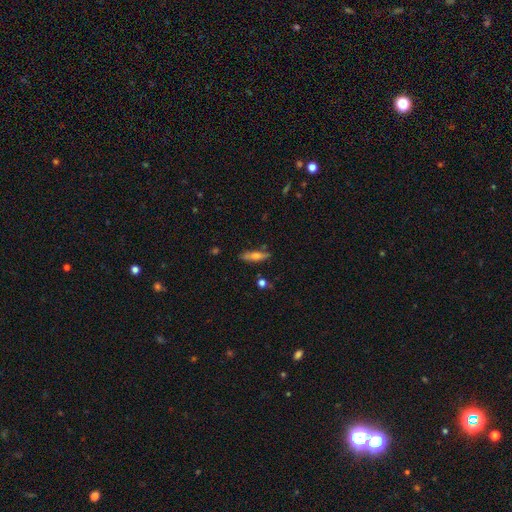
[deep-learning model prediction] Q: Smooth or featured?
A: smooth (59%); runner-up: featured or disk (33%)
Q: How rounded?
A: cigar-shaped (72%); runner-up: in between (26%)
Q: Merging?
A: none (80%); runner-up: minor disturbance (14%)